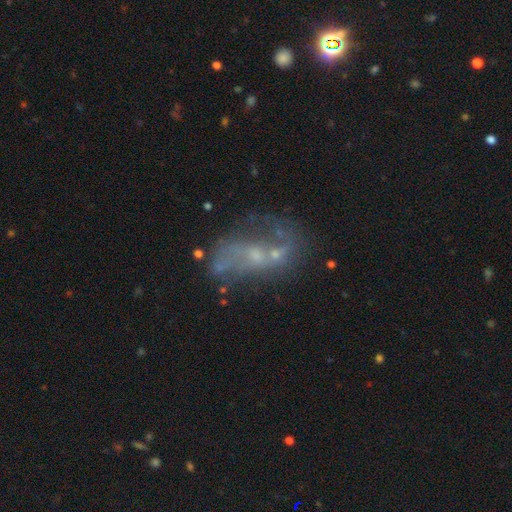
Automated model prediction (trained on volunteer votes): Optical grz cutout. It shows a featured or disk galaxy (62%) with no bar (74%), no spiral arms (59%) and a small central bulge (51%). Merging: none (34%).